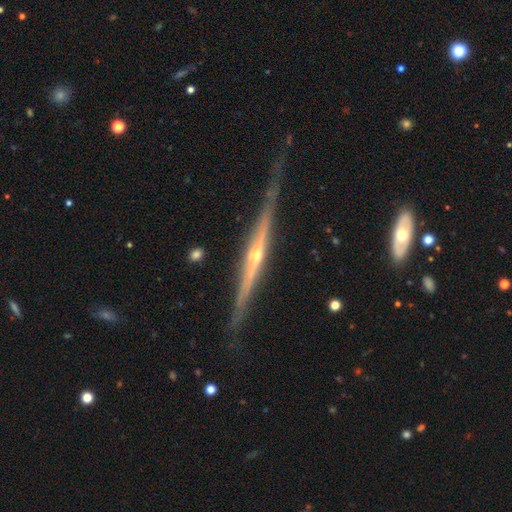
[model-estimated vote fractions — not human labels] featured or disk 86%, smooth 9%, star or artifact 5%. Down the decision tree: edge-on disk — yes (98%); edge-on bulge — rounded (83%); merging — none (79%).